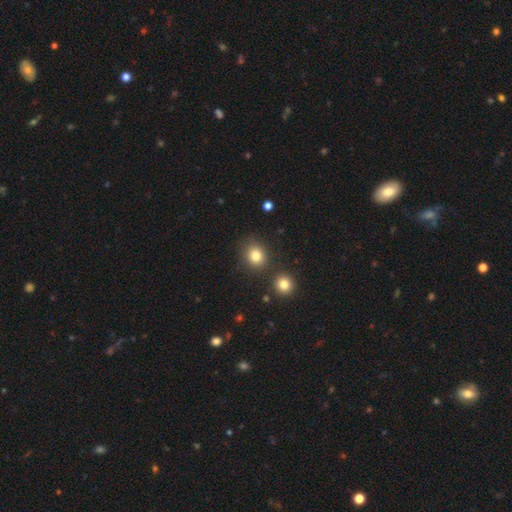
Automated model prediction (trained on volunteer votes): Overall: smooth (82%). How rounded: round (71%). Merging: none (80%).